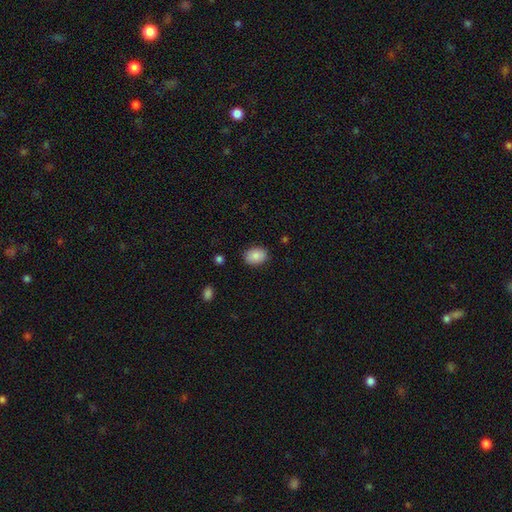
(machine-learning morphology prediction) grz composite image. It shows a smooth galaxy with no disk features (88%) that is in between round and cigar-shaped (76%). Merging: none (87%).